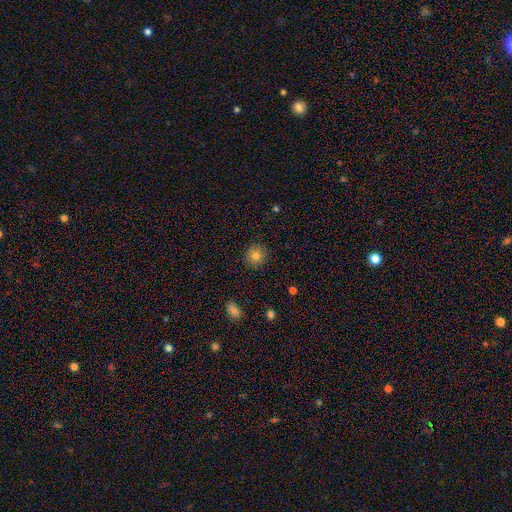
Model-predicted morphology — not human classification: Smooth or featured: smooth — 80% (star or artifact — 12%)
How rounded: round — 89% (in between — 10%)
Merging: none — 89% (minor disturbance — 8%)